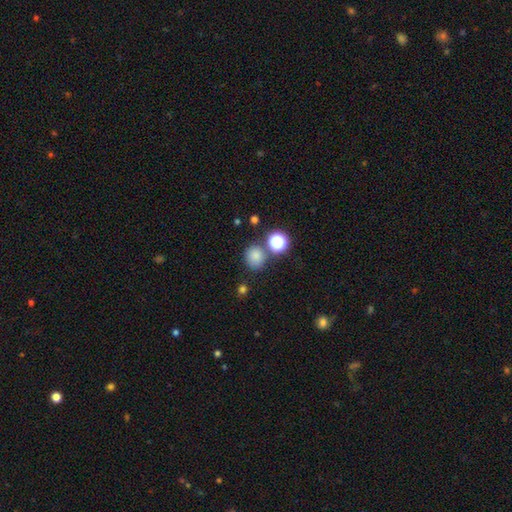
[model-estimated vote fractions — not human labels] Smooth or featured? smooth (78%)
How rounded? round (80%)
Merging? none (72%)